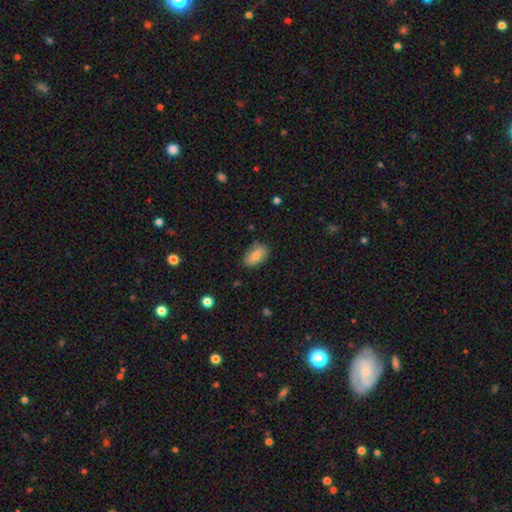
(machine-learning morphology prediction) smooth 83%, featured or disk 10%, star or artifact 7%. Down the decision tree: how rounded — in between (91%); merging — none (77%).